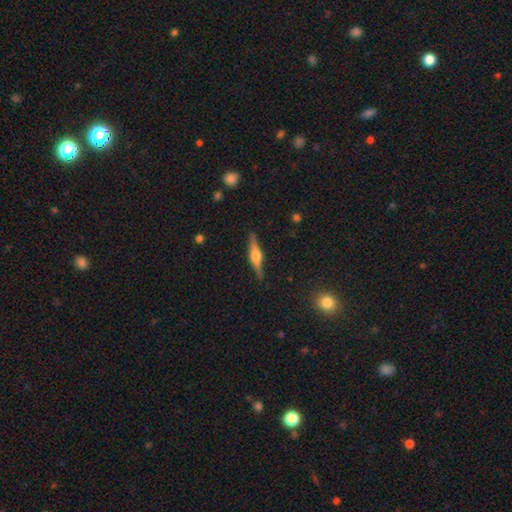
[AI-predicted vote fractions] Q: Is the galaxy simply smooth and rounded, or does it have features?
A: featured or disk — 73%.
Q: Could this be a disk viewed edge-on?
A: yes — 97%.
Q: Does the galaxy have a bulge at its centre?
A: rounded — 88%.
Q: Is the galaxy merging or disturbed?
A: none — 89%.